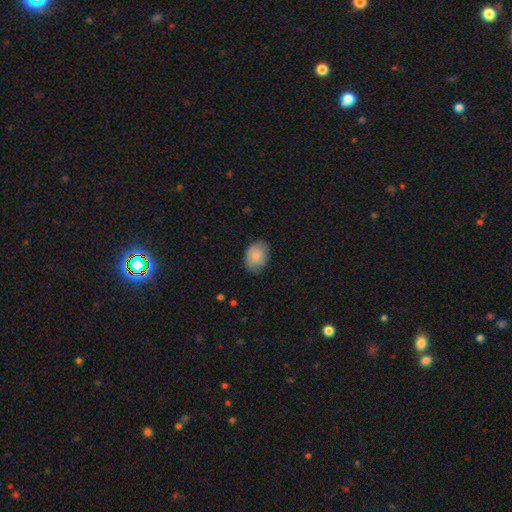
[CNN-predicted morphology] A smooth galaxy with no disk features (84%) that is in between round and cigar-shaped (72%).

Vote fractions:
- Smooth or featured? smooth: 84% / featured or disk: 9% / star or artifact: 7%
- How rounded? in between: 72% / round: 27% / cigar-shaped: 1%
- Merging? none: 76% / minor disturbance: 19% / major disturbance: 3% / merger: 1%